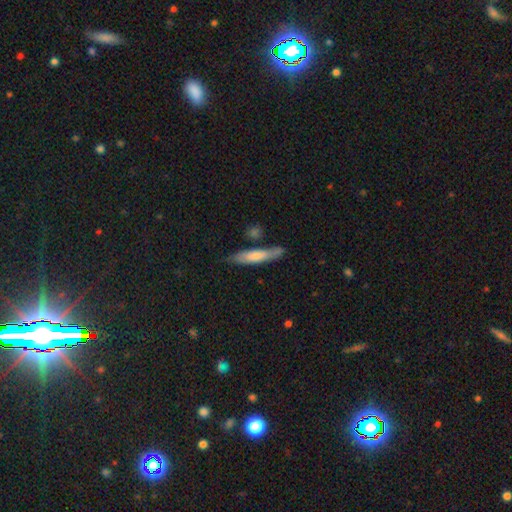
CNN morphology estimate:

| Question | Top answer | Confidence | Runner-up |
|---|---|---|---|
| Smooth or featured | smooth | 60% | featured or disk (34%) |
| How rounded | cigar-shaped | 86% | in between (12%) |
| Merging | none | 70% | minor disturbance (19%) |